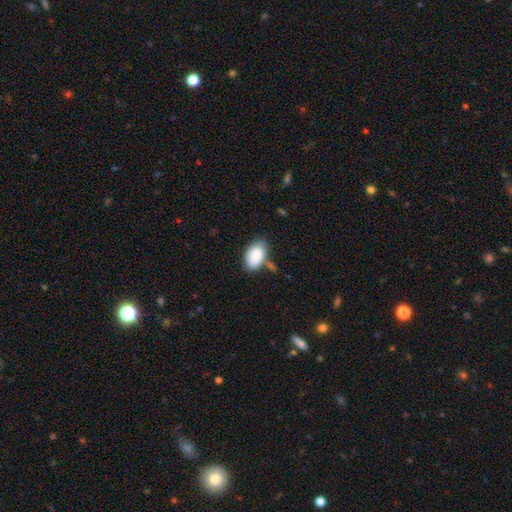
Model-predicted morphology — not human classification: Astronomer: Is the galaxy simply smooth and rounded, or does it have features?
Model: smooth — 84%.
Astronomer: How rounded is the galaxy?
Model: in between — 93%.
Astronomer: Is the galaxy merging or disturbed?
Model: none — 60%.